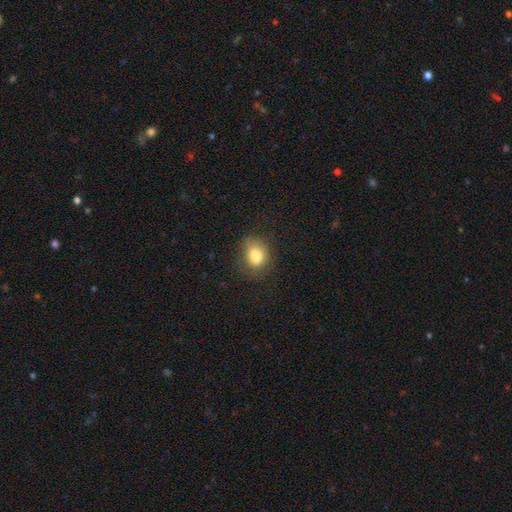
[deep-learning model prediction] smooth_or_featured: smooth (p=0.82) [alt: star or artifact p=0.09]
how_rounded: in between (p=0.60) [alt: round p=0.38]
merging: none (p=0.68) [alt: minor disturbance p=0.22]